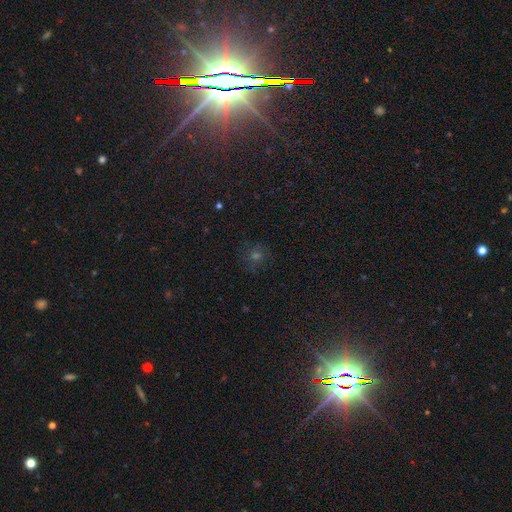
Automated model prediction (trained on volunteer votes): The model was most divided on "smooth or featured": smooth: 45%, star or artifact: 41%, featured or disk: 14%. More confident: merging — none (84%).